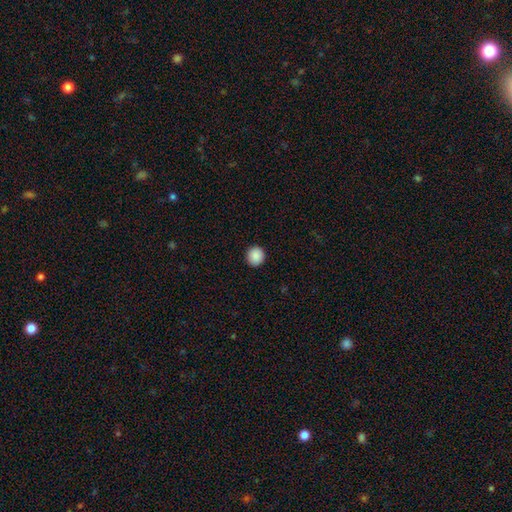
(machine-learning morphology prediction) This is clearly a smooth galaxy (89%). How rounded: clearly round (92%). Merging: clearly none (93%).